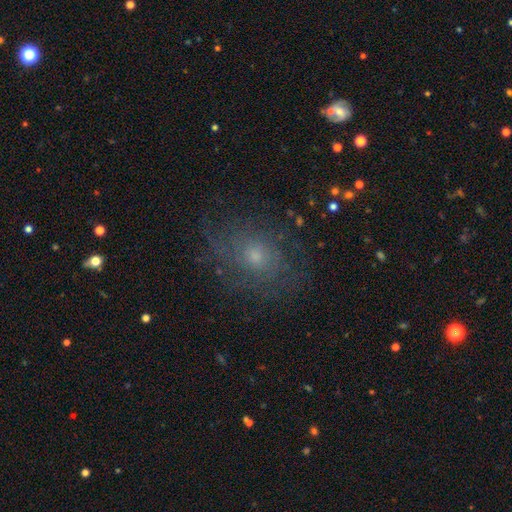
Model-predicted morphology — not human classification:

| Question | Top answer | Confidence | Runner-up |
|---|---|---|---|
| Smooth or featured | featured or disk | 44% | smooth (34%) |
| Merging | none | 75% | minor disturbance (15%) |